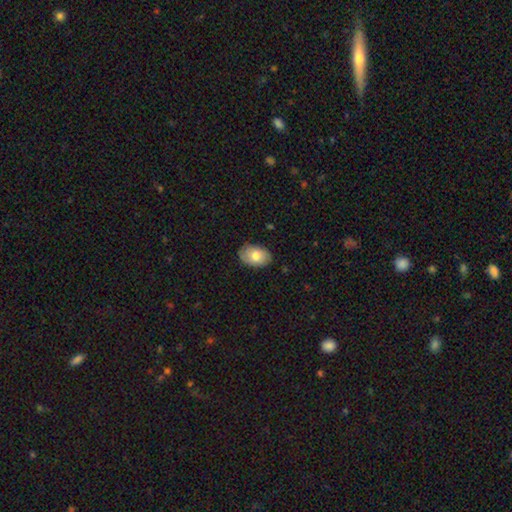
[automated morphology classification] A smooth galaxy with no disk features (76%) that is in between round and cigar-shaped (88%). Merging: none (83%).